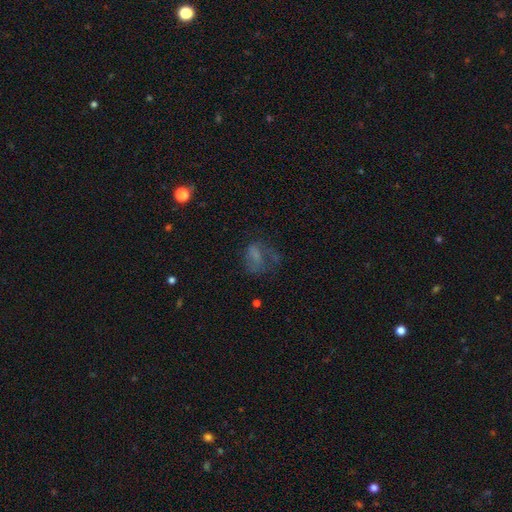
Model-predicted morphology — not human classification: Q: Smooth or featured?
A: smooth (51%); runner-up: featured or disk (29%)
Q: How rounded?
A: in between (70%); runner-up: round (25%)
Q: Merging?
A: major disturbance (37%); runner-up: none (36%)